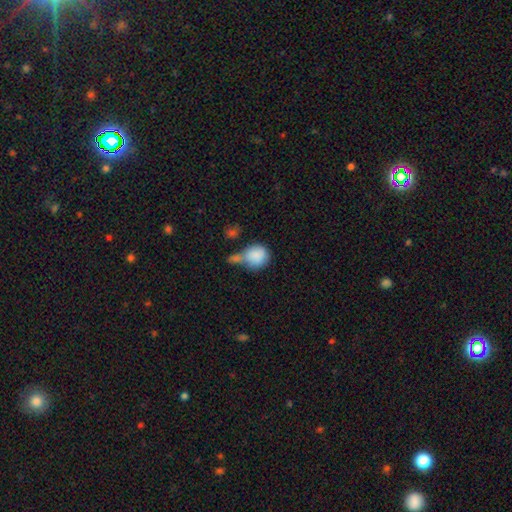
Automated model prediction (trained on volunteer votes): Smooth or featured: smooth — 85% (featured or disk — 8%)
How rounded: round — 80% (in between — 18%)
Merging: merger — 40% (none — 31%)